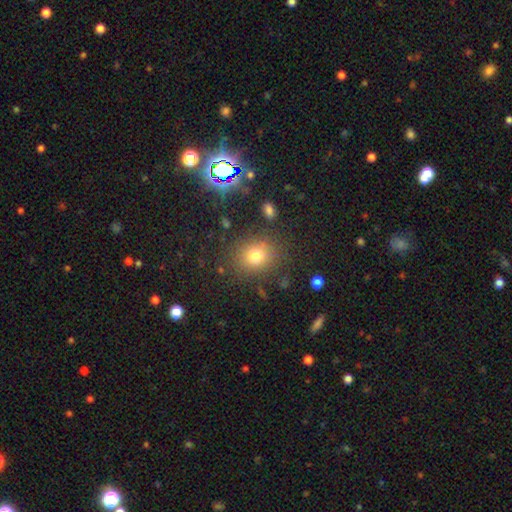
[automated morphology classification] This is likely a smooth galaxy (73%). How rounded: likely round (71%). Merging: clearly none (83%).